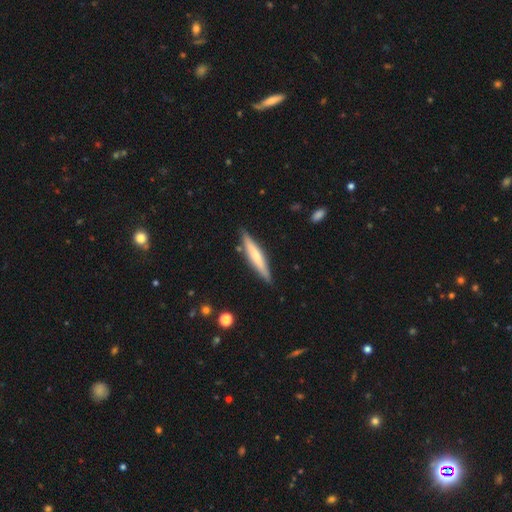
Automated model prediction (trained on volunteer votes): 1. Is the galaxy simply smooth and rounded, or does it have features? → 48% smooth, 47% featured or disk, 5% star or artifact.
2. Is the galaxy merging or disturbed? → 87% none, 10% minor disturbance, 2% merger, 2% major disturbance.